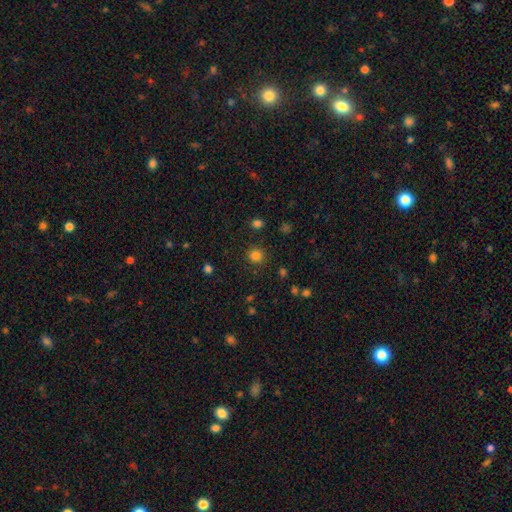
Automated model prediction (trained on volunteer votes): Overall: smooth (81%). How rounded: round (89%). Merging: none (88%).